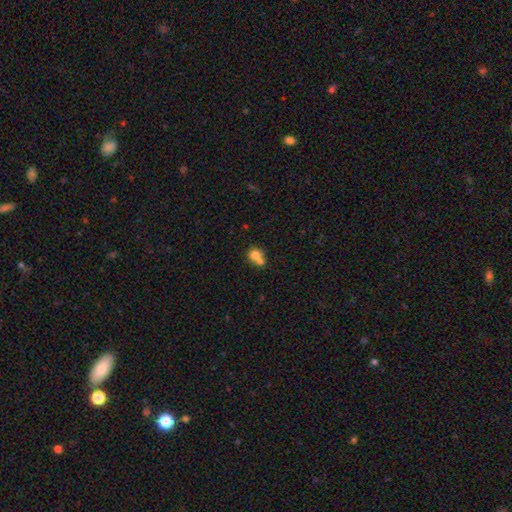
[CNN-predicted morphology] smooth_or_featured: smooth (p=0.75) [alt: featured or disk p=0.14]
how_rounded: round (p=0.72) [alt: in between p=0.27]
merging: merger (p=0.57) [alt: none p=0.32]